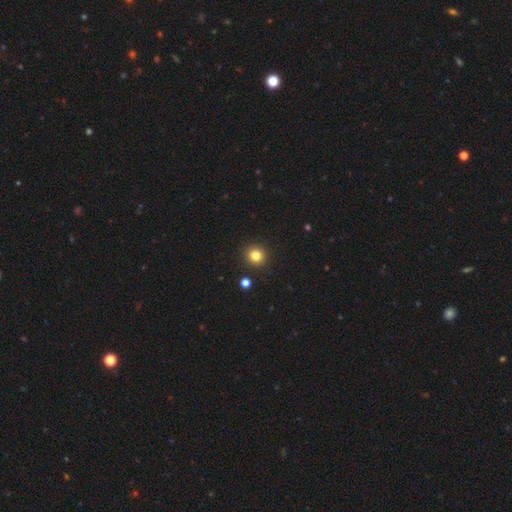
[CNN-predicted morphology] The model was most divided on "smooth or featured": smooth: 82%, star or artifact: 13%, featured or disk: 5%. More confident: how rounded — round (93%); merging — none (92%).